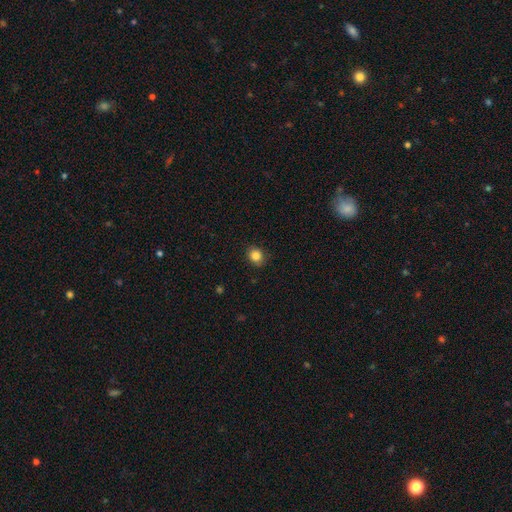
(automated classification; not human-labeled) This appears to be a smooth galaxy with no disk features (85%) that is round (71%). Merging: none (86%).